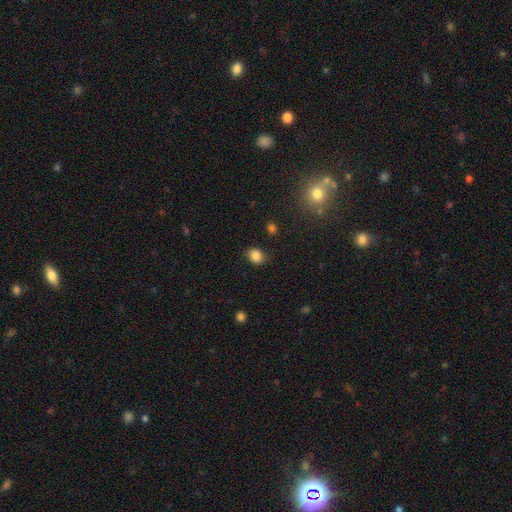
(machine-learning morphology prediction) smooth_or_featured: smooth (p=0.85) [alt: star or artifact p=0.11]
how_rounded: round (p=0.54) [alt: in between p=0.45]
merging: none (p=0.85) [alt: minor disturbance p=0.10]